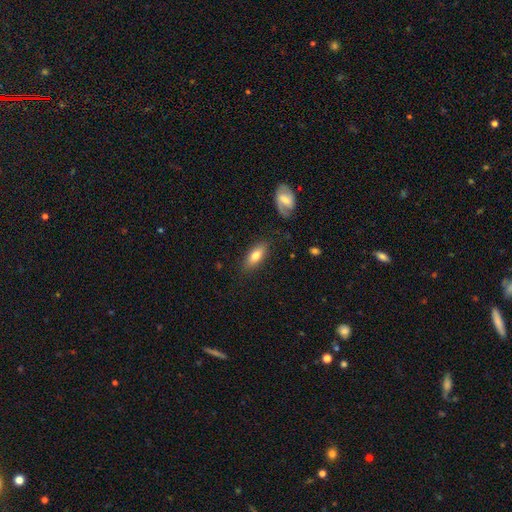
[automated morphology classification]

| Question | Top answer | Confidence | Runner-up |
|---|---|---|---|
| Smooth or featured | smooth | 74% | featured or disk (20%) |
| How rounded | in between | 78% | cigar-shaped (19%) |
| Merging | none | 82% | minor disturbance (12%) |